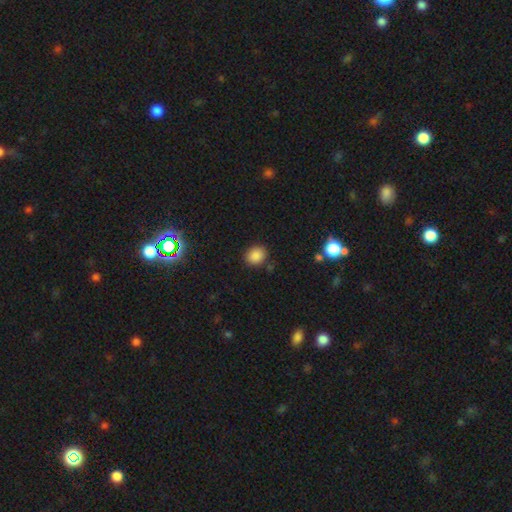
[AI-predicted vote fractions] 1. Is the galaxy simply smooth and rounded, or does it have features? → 85% smooth, 11% star or artifact, 4% featured or disk.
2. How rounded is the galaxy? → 65% round, 34% in between, 1% cigar-shaped.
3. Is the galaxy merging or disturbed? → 86% none, 10% minor disturbance, 3% major disturbance, 2% merger.